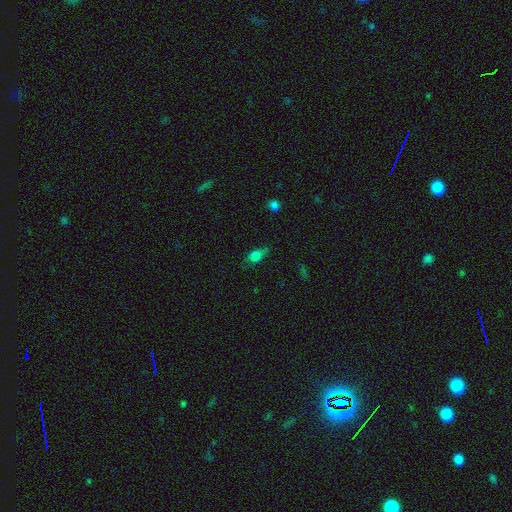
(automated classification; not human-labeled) A smooth galaxy with no disk features (72%) that is in between round and cigar-shaped (69%).

Vote fractions:
- Smooth or featured? smooth: 72% / featured or disk: 15% / star or artifact: 13%
- How rounded? in between: 69% / round: 20% / cigar-shaped: 11%
- Merging? none: 55% / minor disturbance: 31% / major disturbance: 11% / merger: 3%